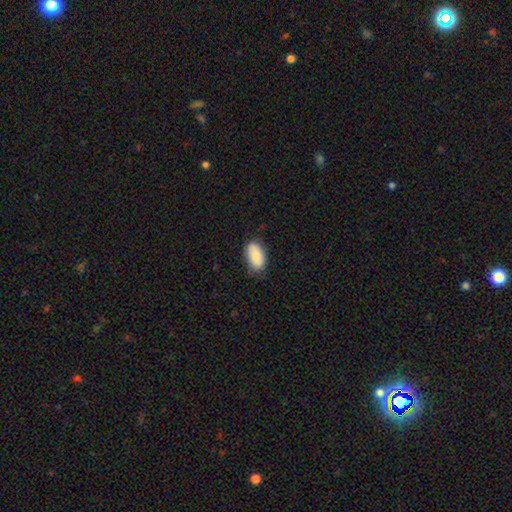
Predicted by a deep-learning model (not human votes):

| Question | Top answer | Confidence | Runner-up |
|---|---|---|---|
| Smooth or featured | smooth | 86% | featured or disk (8%) |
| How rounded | in between | 94% | round (4%) |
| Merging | none | 80% | minor disturbance (16%) |